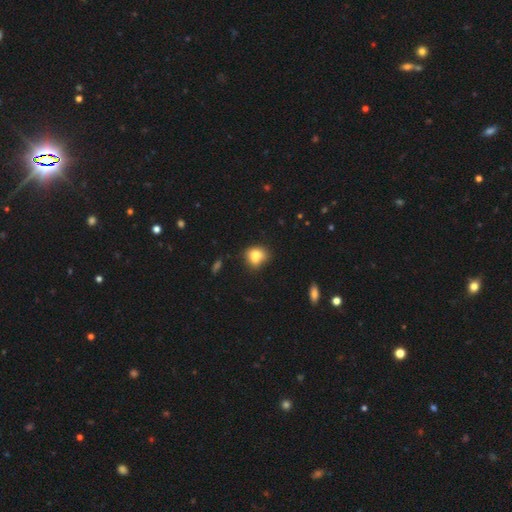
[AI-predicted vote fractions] This is likely a smooth galaxy (78%). How rounded: possibly round (58%). Merging: possibly none (47%).